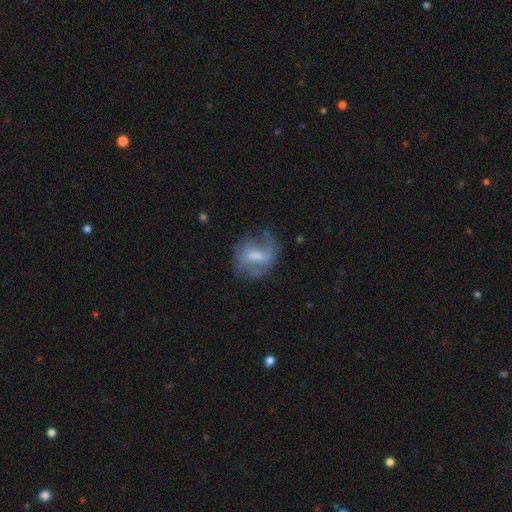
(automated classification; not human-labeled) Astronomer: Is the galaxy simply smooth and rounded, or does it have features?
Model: featured or disk — 59%.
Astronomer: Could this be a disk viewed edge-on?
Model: no — 96%.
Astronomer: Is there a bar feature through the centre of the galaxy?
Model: weak — 51%.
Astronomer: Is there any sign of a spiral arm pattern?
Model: yes — 67%.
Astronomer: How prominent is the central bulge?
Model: moderate — 42% (runner-up: small, 26%).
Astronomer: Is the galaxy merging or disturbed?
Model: none — 55%.